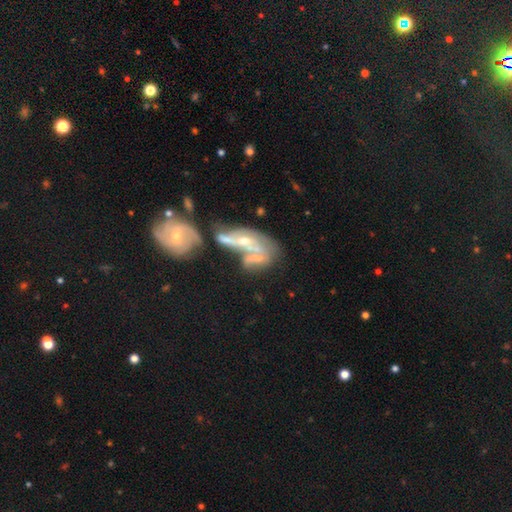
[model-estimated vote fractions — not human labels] The model was most divided on "bulge size": moderate: 42%, small: 39%, none: 13%, large: 4%, dominant: 2%. More confident: edge-on disk — no (92%); bar — no (69%); smooth or featured — featured or disk (63%); merging — merger (60%); spiral arms — no (54%).